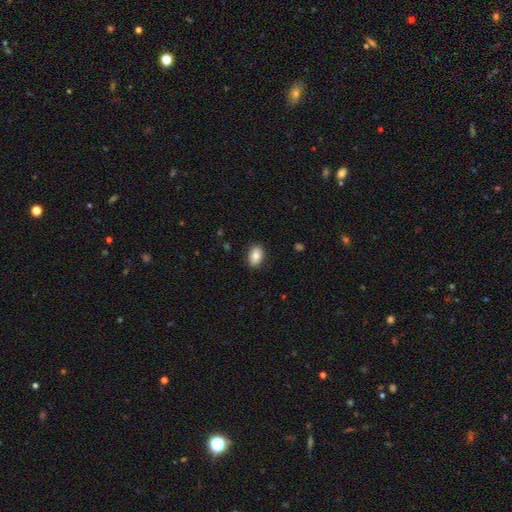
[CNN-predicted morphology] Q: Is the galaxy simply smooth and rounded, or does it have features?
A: smooth — 83%.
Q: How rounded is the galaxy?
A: in between — 82%.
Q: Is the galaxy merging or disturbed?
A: none — 87%.